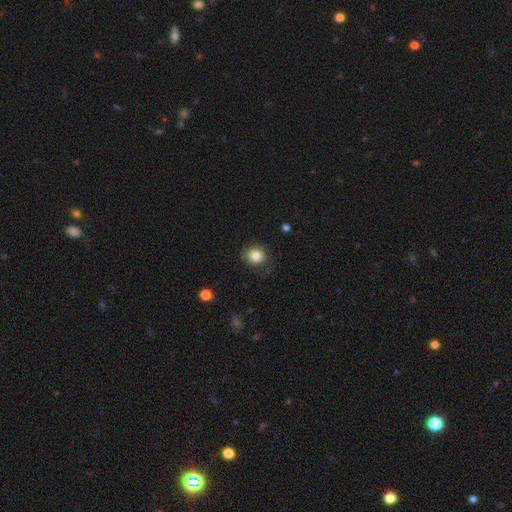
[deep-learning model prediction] A smooth galaxy with no disk features (83%) that is round (84%). Merging: none (76%).